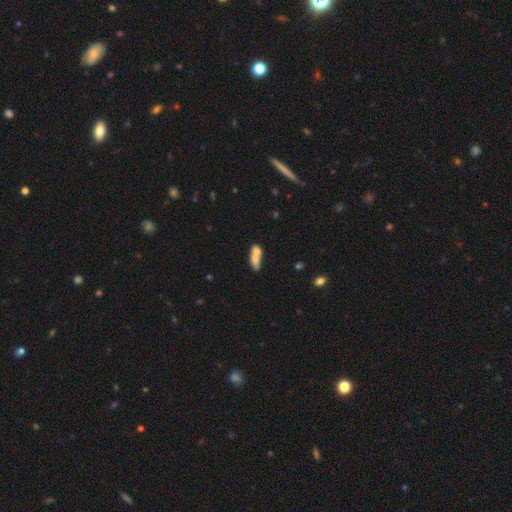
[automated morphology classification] Smooth or featured? Predicted: smooth (p=0.68). How rounded? Predicted: in between (p=0.60). Merging? Predicted: merger (p=0.55).